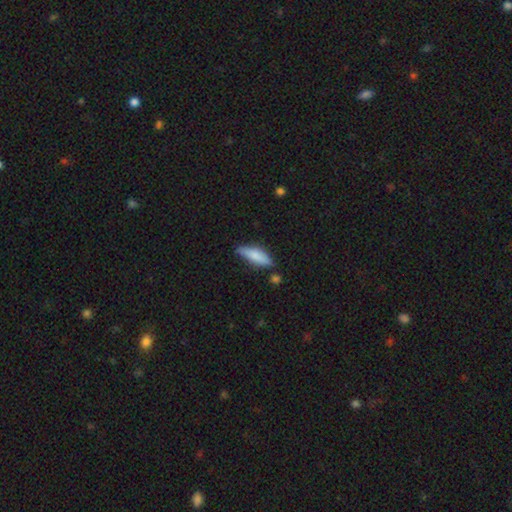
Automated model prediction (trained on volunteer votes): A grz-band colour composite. It shows a smooth galaxy with no disk features (76%) that is in between round and cigar-shaped (49%, tied with cigar-shaped). Merging: none (68%).